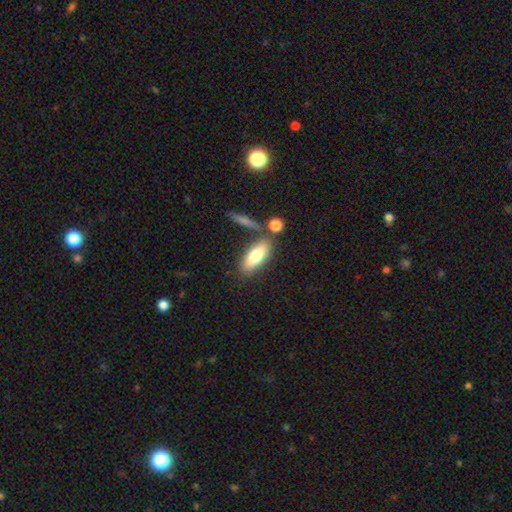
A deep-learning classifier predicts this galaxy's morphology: A smooth galaxy with no disk features (72%) that is in between round and cigar-shaped (71%). Merging: none (68%).